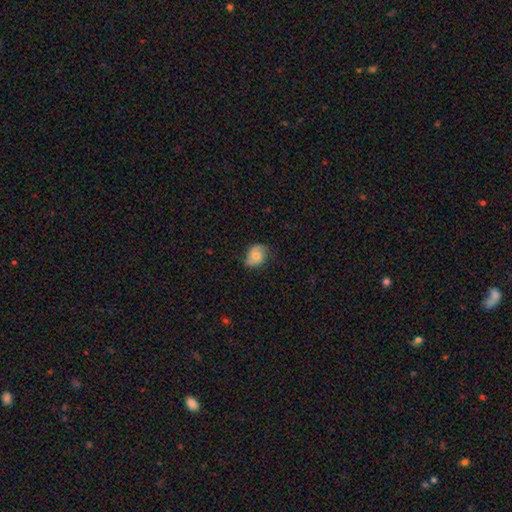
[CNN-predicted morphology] Smooth or featured? smooth (54%)
How rounded? in between (58%)
Merging? none (67%)